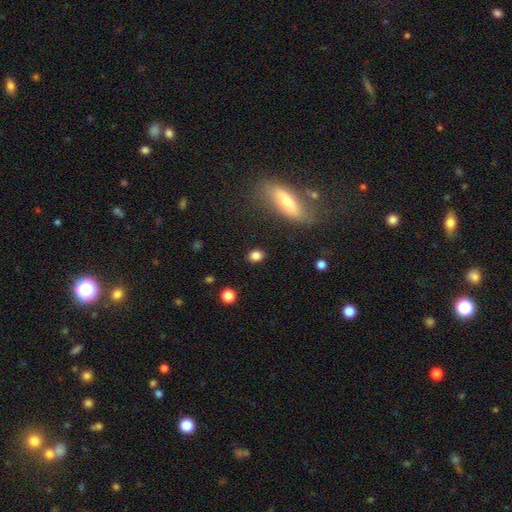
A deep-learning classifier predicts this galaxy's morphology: type=smooth (83%); roundness=round (53%); merging=none (87%).